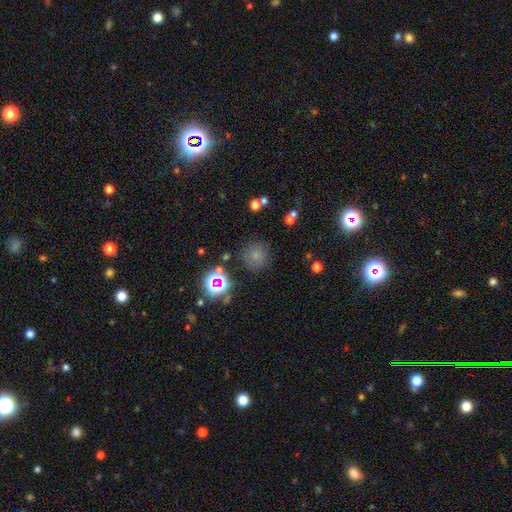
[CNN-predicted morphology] smooth-or-featured: smooth: 68% | star or artifact: 22% | featured or disk: 10%
  how-rounded: round: 92% | in between: 7% | cigar-shaped: 1%
  merging: none: 78% | minor disturbance: 13% | major disturbance: 5% | merger: 4%